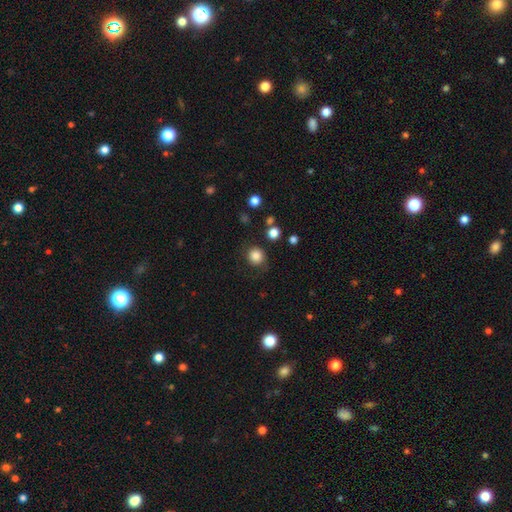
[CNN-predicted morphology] This appears to be a smooth galaxy with no disk features (84%) that is round (89%). Merging: none (77%).